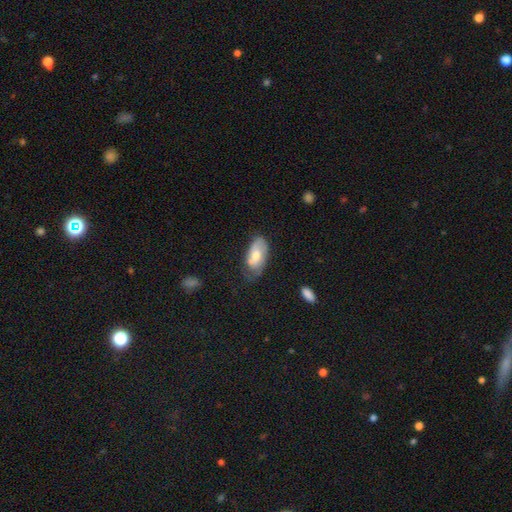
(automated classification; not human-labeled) A smooth galaxy with no disk features (53%) that is in between round and cigar-shaped (92%). Merging: none (54%).